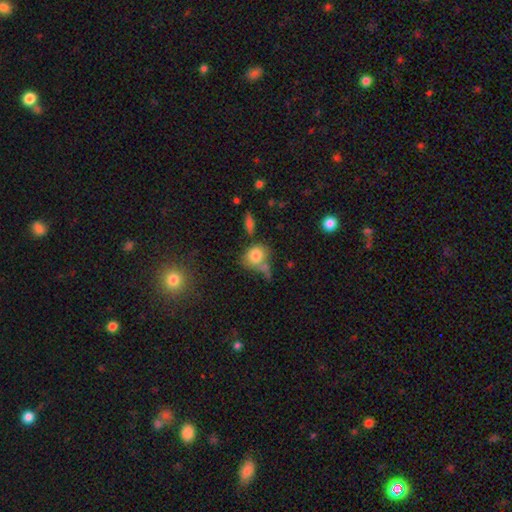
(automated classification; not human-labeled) Smooth or featured: smooth — 79% (featured or disk — 11%)
How rounded: round — 64% (in between — 34%)
Merging: none — 47% (merger — 22%)